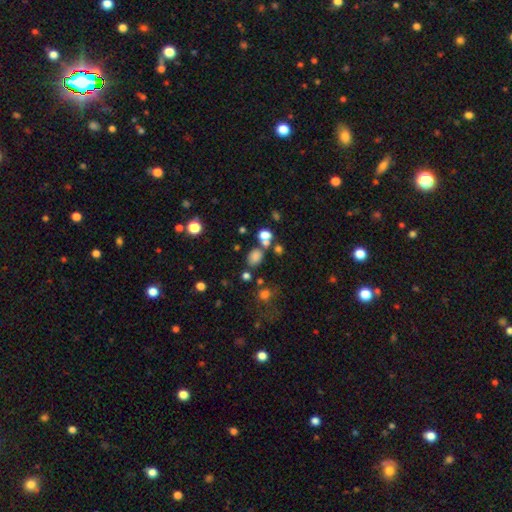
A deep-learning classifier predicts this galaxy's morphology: Smooth or featured?
  - smooth: 61% *
  - star or artifact: 31%
  - featured or disk: 8%
How rounded?
  - round: 70% *
  - in between: 29%
  - cigar-shaped: 2%
Merging?
  - none: 70% *
  - merger: 15%
  - minor disturbance: 10%
  - major disturbance: 5%